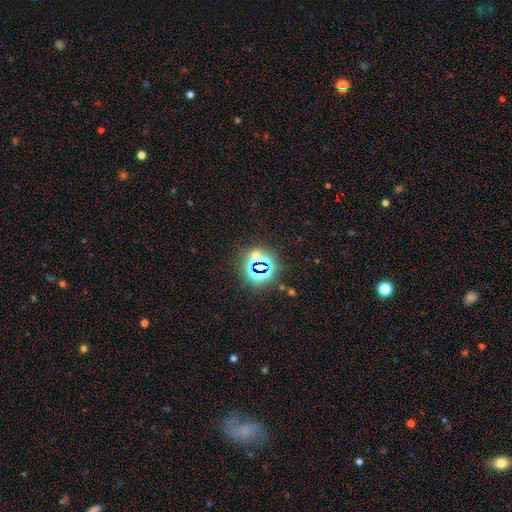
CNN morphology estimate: Smooth or featured? Predicted: star or artifact (p=0.73).